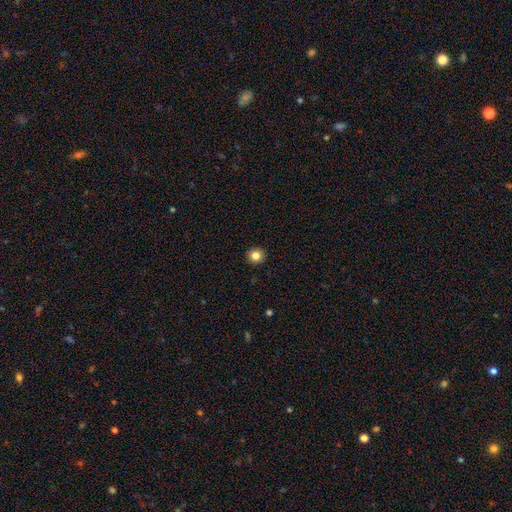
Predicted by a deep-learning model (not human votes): smooth 84%, star or artifact 11%, featured or disk 5%. Down the decision tree: how rounded — round (90%); merging — none (93%).